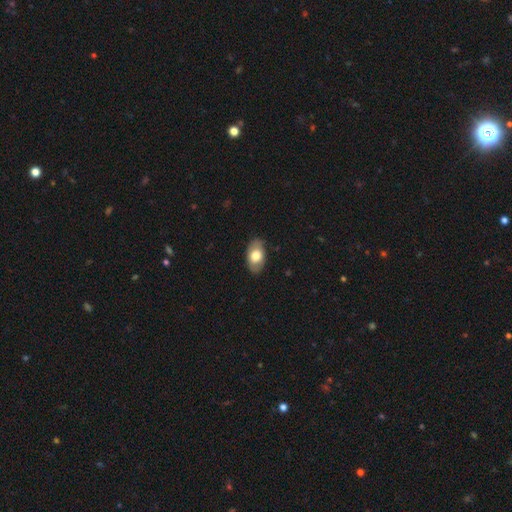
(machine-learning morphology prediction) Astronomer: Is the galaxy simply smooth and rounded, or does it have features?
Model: smooth — 70%.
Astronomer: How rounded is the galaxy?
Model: in between — 92%.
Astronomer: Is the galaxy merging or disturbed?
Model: none — 84%.